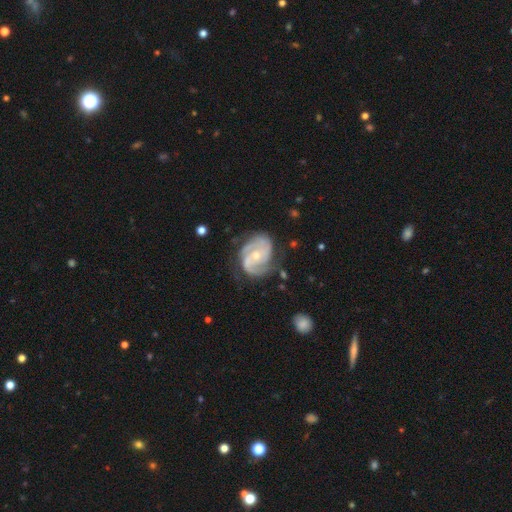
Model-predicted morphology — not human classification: Smooth or featured? Predicted: featured or disk (p=0.89). Edge-on disk? Predicted: no (p=0.98). Bar? Predicted: no (p=0.58). Spiral arms? Predicted: yes (p=0.97). Spiral winding? Predicted: tight (p=0.48). Spiral arm count? Predicted: 2 (p=0.54). Bulge size? Predicted: small (p=0.54). Merging? Predicted: none (p=0.66).